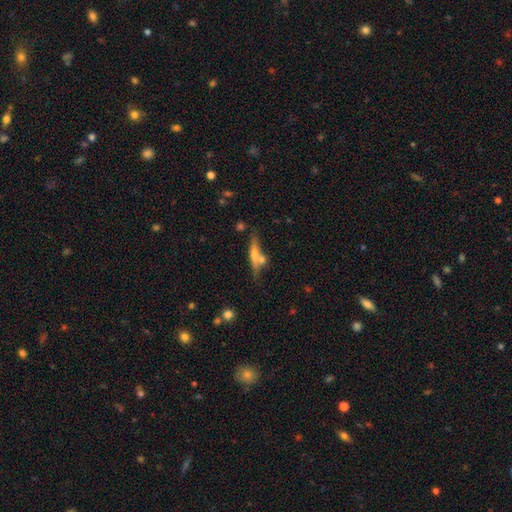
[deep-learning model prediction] Smooth or featured? Predicted: smooth (p=0.46, tied with featured or disk). Merging? Predicted: none (p=0.60).